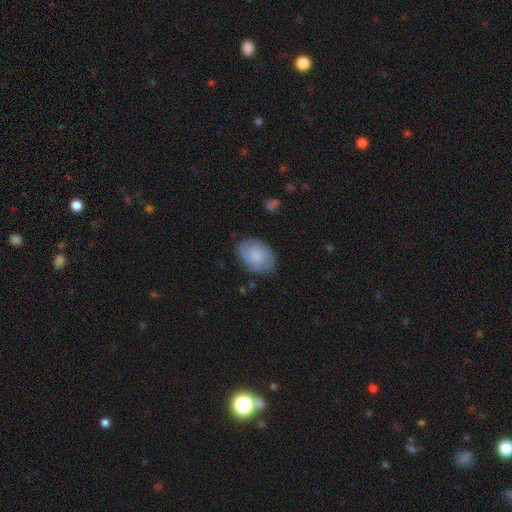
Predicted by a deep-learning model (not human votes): This is likely a smooth galaxy (68%). How rounded: clearly in between (81%). Merging: likely none (76%).